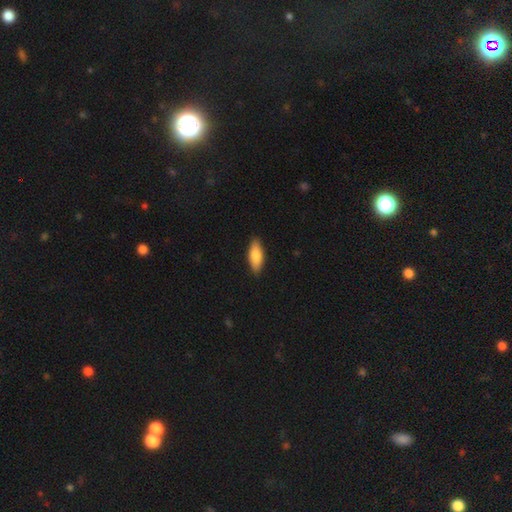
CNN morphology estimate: Smooth or featured: smooth — 82% (featured or disk — 13%)
How rounded: in between — 73% (cigar-shaped — 25%)
Merging: none — 89% (minor disturbance — 8%)